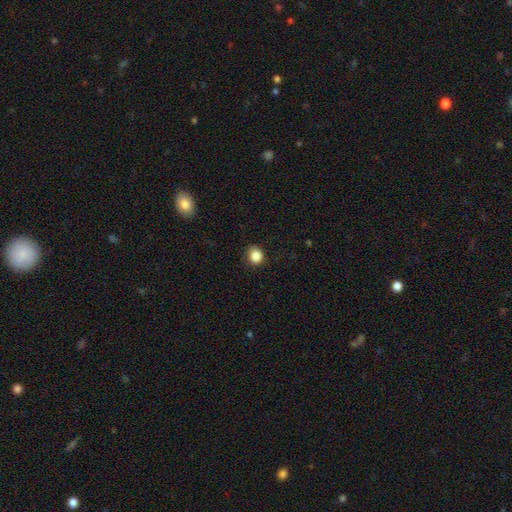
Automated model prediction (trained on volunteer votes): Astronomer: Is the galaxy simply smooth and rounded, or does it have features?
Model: smooth — 86%.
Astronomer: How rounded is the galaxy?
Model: round — 78%.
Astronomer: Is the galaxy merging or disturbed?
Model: none — 78%.